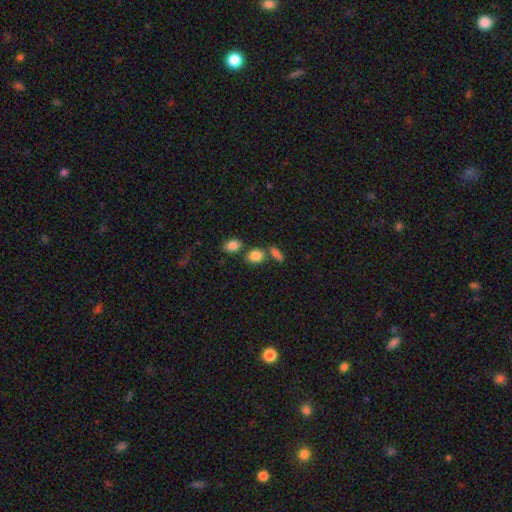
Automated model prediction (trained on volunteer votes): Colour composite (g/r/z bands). It shows a smooth galaxy with no disk features (84%) that is in between round and cigar-shaped (59%). Merging: none (61%).